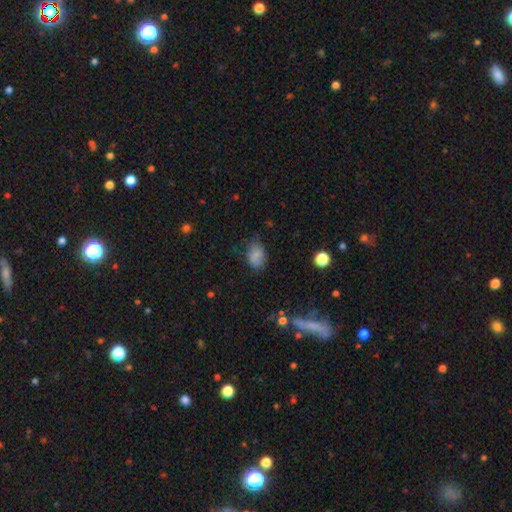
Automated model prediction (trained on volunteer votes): smooth 82%, star or artifact 10%, featured or disk 8%. Down the decision tree: how rounded — in between (83%); merging — none (67%).